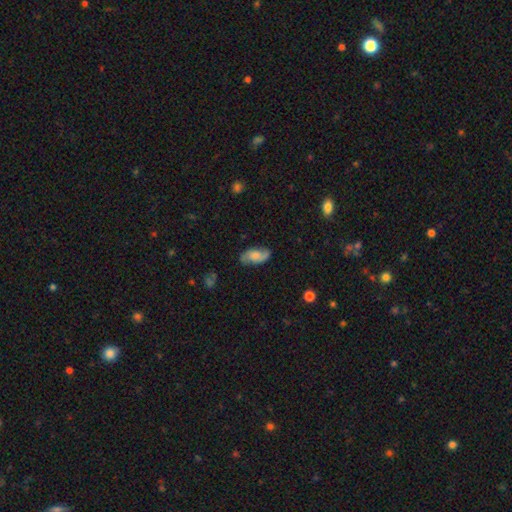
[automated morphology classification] A featured or disk galaxy (52%). Merging: none (76%).